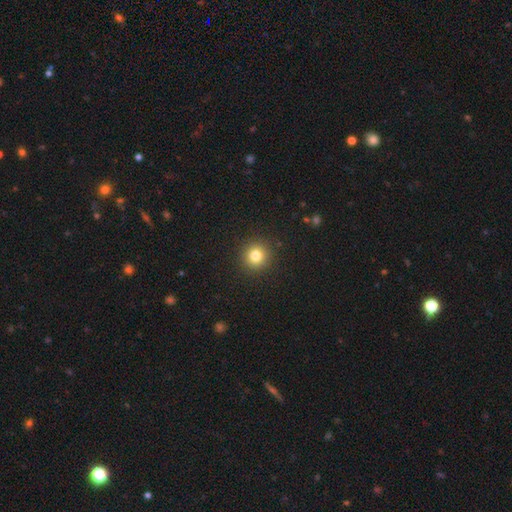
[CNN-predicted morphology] type=smooth (80%); roundness=round (94%); merging=none (91%).